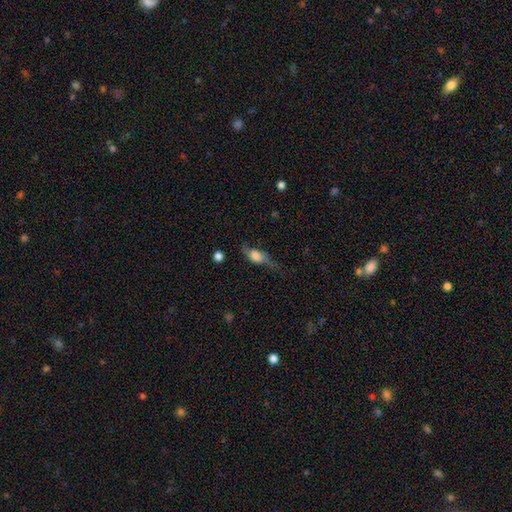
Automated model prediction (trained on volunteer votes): Smooth or featured: featured or disk — 46% (tied with smooth — 46%)
Merging: none — 49% (minor disturbance — 28%)